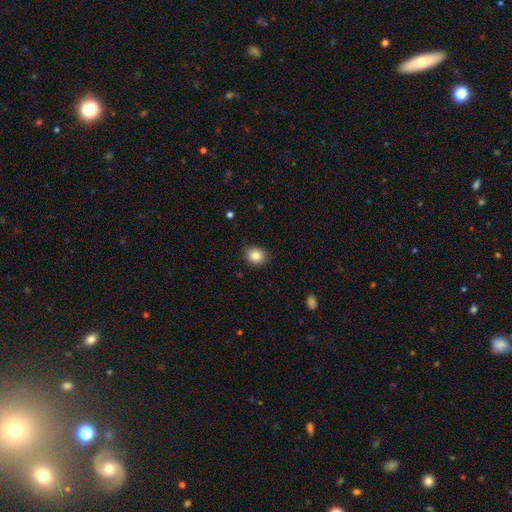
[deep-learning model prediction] smooth-or-featured: smooth: 85% | star or artifact: 9% | featured or disk: 6%
  how-rounded: round: 67% | in between: 33% | cigar-shaped: 1%
  merging: none: 86% | minor disturbance: 10% | major disturbance: 2% | merger: 1%